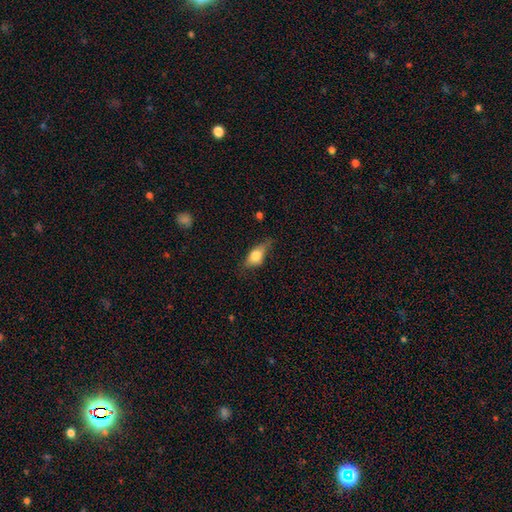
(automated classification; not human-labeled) Morphology: type=smooth (71%); roundness=in between (79%); merging=none (57%).